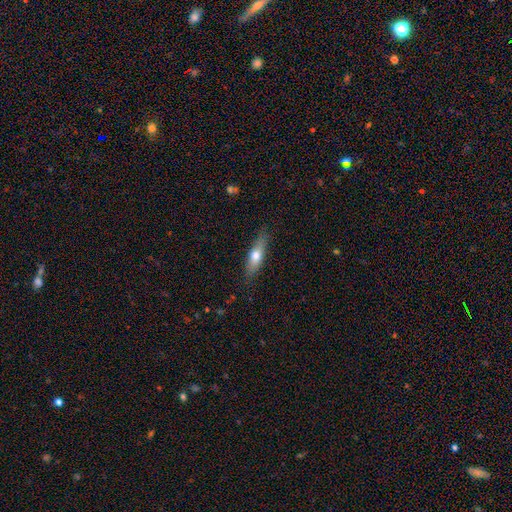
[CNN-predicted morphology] Smooth or featured? Predicted: smooth (p=0.64). How rounded? Predicted: cigar-shaped (p=0.56). Merging? Predicted: none (p=0.83).